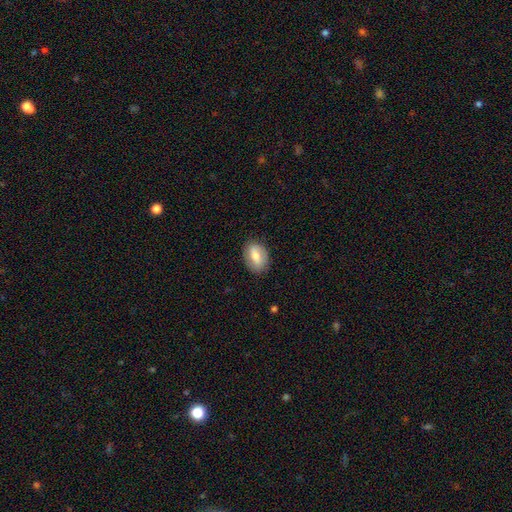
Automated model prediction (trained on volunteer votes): smooth-or-featured: smooth: 66% | featured or disk: 28% | star or artifact: 7%
  how-rounded: in between: 84% | round: 14% | cigar-shaped: 2%
  merging: none: 83% | minor disturbance: 13% | major disturbance: 3% | merger: 1%